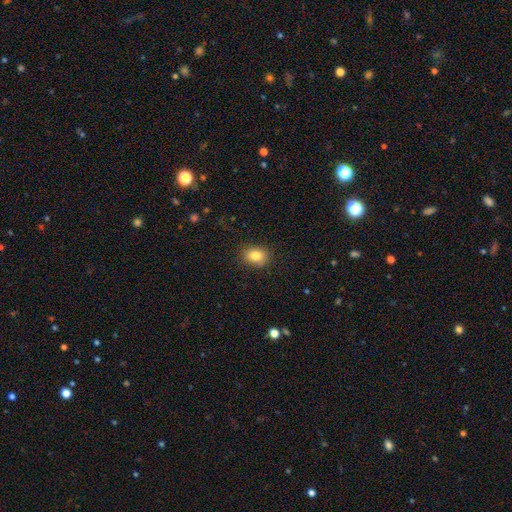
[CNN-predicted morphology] smooth 83%, star or artifact 10%, featured or disk 7%. Down the decision tree: how rounded — in between (54%); merging — none (86%).